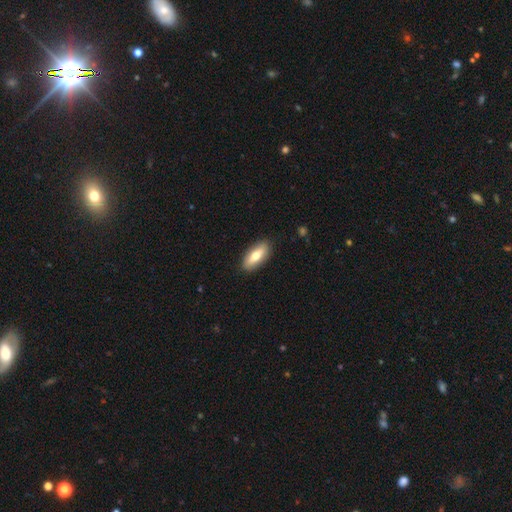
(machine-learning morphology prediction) smooth-or-featured: smooth: 69% | featured or disk: 25% | star or artifact: 6%
  how-rounded: in between: 78% | cigar-shaped: 19% | round: 3%
  merging: none: 88% | minor disturbance: 9% | major disturbance: 2% | merger: 1%